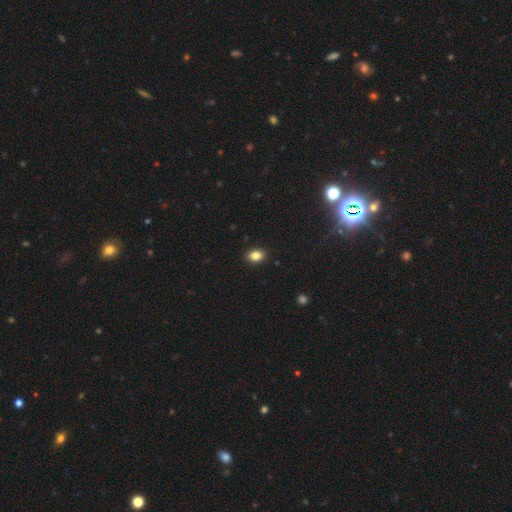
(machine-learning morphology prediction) Smooth or featured? smooth (85%)
How rounded? in between (74%)
Merging? none (90%)